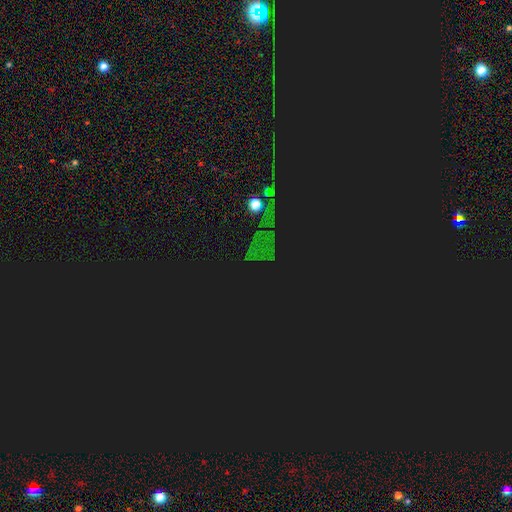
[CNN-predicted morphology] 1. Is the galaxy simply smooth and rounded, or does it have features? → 80% star or artifact, 12% smooth, 8% featured or disk.